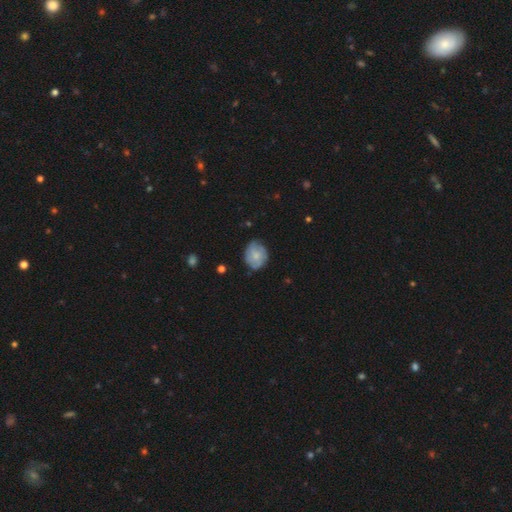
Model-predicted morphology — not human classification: A smooth galaxy with no disk features (58%) that is round (59%).

Vote fractions:
- Smooth or featured? smooth: 58% / featured or disk: 36% / star or artifact: 7%
- How rounded? round: 59% / in between: 40% / cigar-shaped: 1%
- Merging? none: 68% / minor disturbance: 25% / major disturbance: 5% / merger: 1%